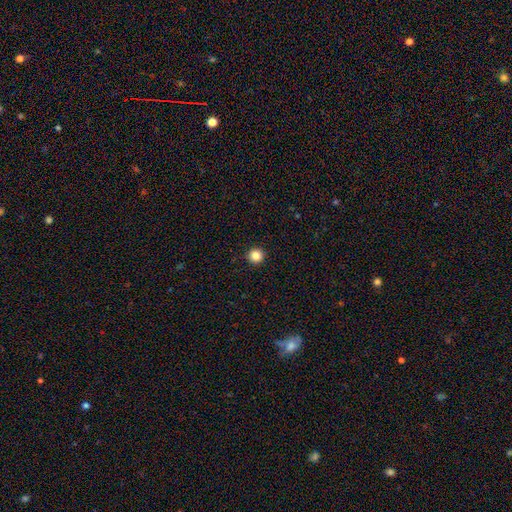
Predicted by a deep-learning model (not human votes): Q: Smooth or featured?
A: smooth (85%); runner-up: star or artifact (11%)
Q: How rounded?
A: round (96%); runner-up: in between (3%)
Q: Merging?
A: none (93%); runner-up: minor disturbance (4%)